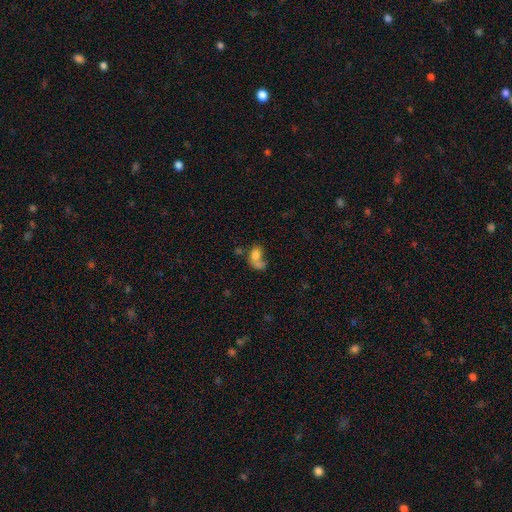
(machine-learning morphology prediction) smooth-or-featured: smooth: 64% | featured or disk: 24% | star or artifact: 12%
  how-rounded: in between: 71% | round: 27% | cigar-shaped: 2%
  merging: merger: 38% | major disturbance: 26% | none: 23% | minor disturbance: 13%